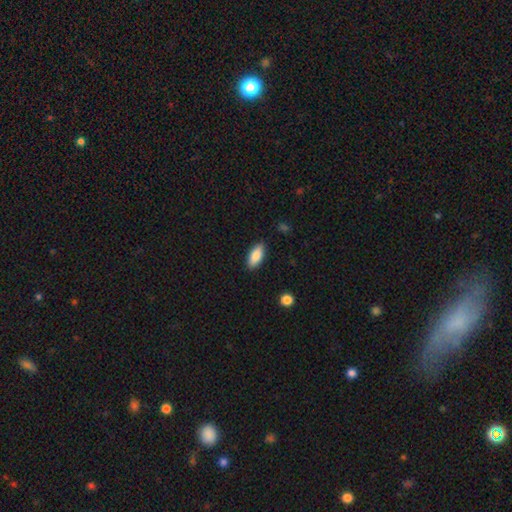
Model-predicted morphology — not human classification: Overall: smooth (84%). How rounded: in between (82%). Merging: none (87%).